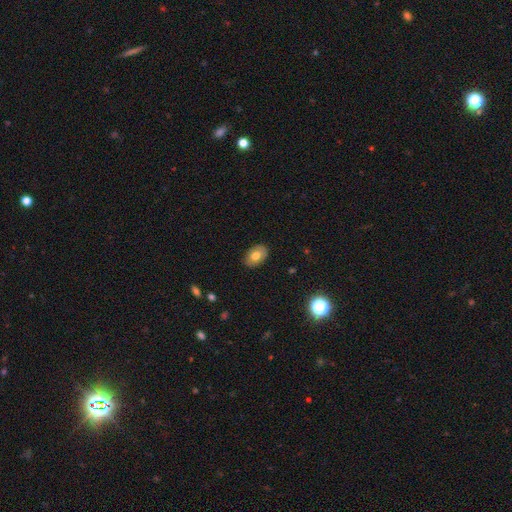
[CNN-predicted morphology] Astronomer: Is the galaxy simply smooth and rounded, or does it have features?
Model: smooth — 72%.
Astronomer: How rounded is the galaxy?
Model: in between — 85%.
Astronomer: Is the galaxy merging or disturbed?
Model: none — 87%.